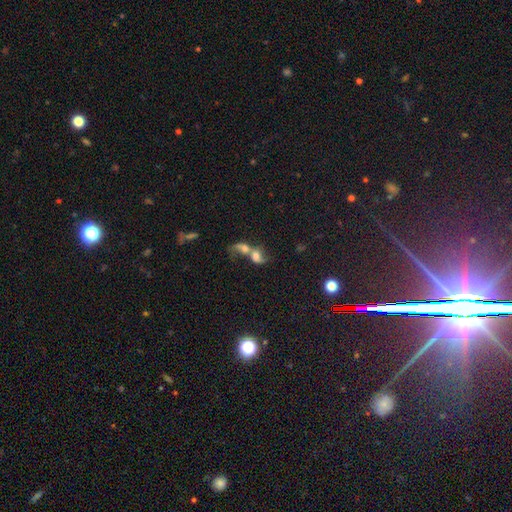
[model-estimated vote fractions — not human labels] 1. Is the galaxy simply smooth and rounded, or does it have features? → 50% smooth, 37% featured or disk, 13% star or artifact.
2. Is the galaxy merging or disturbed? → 79% merger, 8% none, 8% major disturbance, 4% minor disturbance.